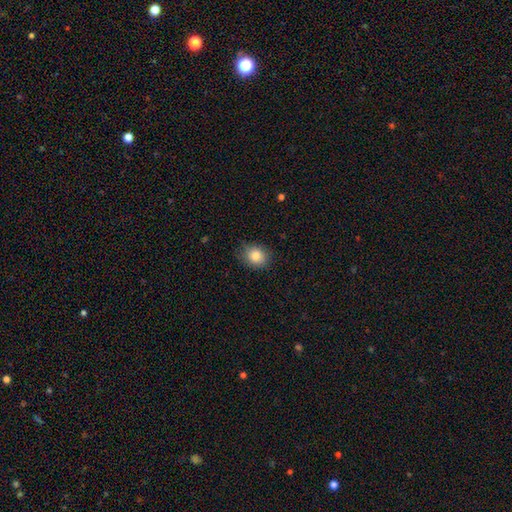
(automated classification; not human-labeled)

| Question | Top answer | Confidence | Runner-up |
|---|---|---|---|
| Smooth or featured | smooth | 84% | star or artifact (9%) |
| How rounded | round | 56% | in between (43%) |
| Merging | none | 83% | minor disturbance (13%) |